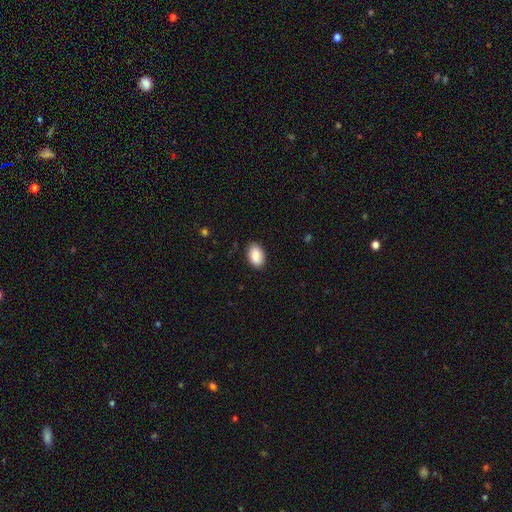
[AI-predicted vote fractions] Q: Smooth or featured?
A: smooth (88%); runner-up: star or artifact (7%)
Q: How rounded?
A: in between (91%); runner-up: round (8%)
Q: Merging?
A: none (86%); runner-up: minor disturbance (11%)